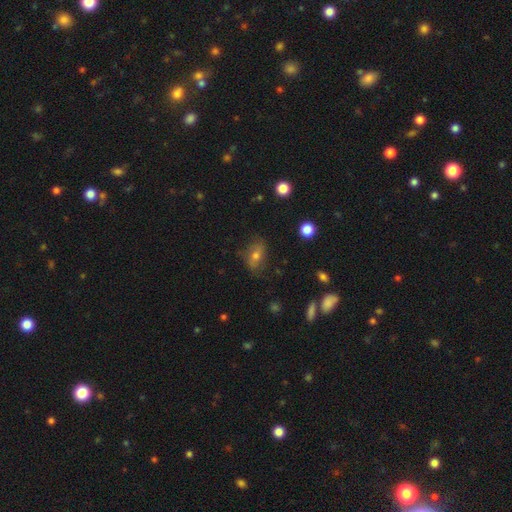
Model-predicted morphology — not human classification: Smooth or featured?
  - smooth: 52% *
  - featured or disk: 34%
  - star or artifact: 15%
How rounded?
  - in between: 78% *
  - round: 17%
  - cigar-shaped: 6%
Merging?
  - none: 71% *
  - minor disturbance: 20%
  - major disturbance: 7%
  - merger: 2%